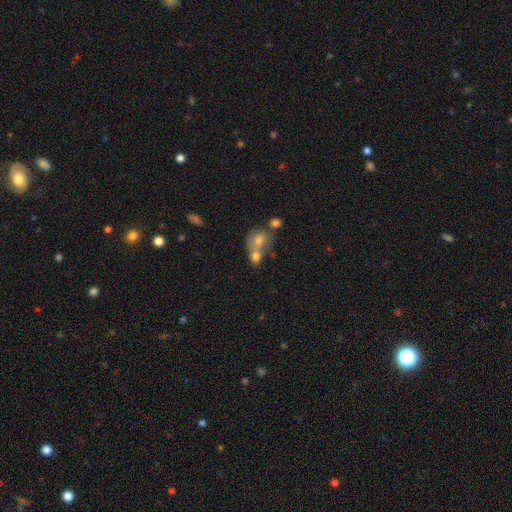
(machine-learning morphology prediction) type=smooth (73%); roundness=round (54%); merging=merger (60%).